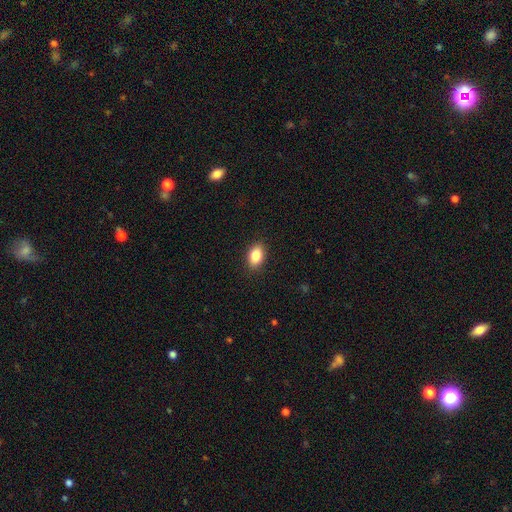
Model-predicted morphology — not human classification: The model was most divided on "smooth or featured": smooth: 86%, star or artifact: 8%, featured or disk: 6%. More confident: merging — none (89%); how rounded — in between (88%).